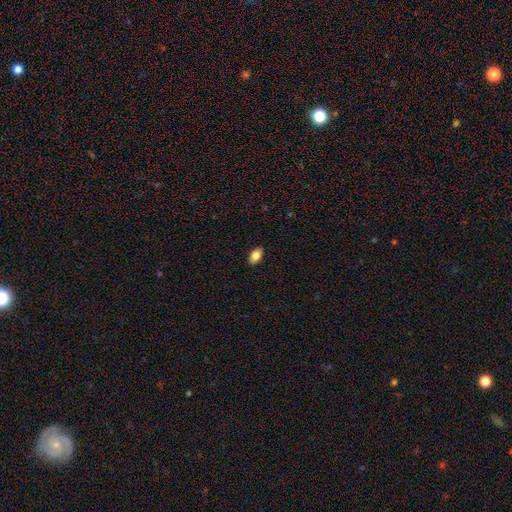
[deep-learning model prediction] Smooth or featured?
  - smooth: 84% *
  - featured or disk: 9%
  - star or artifact: 8%
How rounded?
  - in between: 91% *
  - round: 6%
  - cigar-shaped: 2%
Merging?
  - none: 89% *
  - minor disturbance: 8%
  - major disturbance: 2%
  - merger: 1%